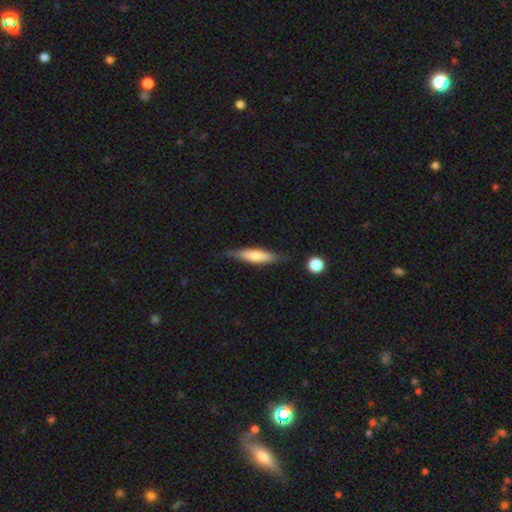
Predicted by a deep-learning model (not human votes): This appears to be a smooth galaxy with no disk features (62%) that is cigar-shaped (76%). Merging: none (79%).